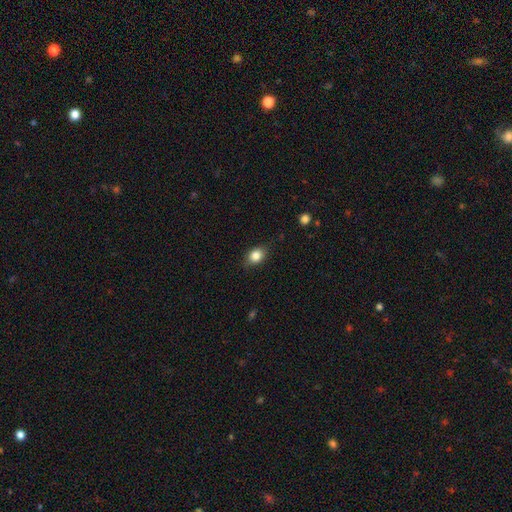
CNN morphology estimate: Smooth or featured?
  - smooth: 83% *
  - star or artifact: 9%
  - featured or disk: 8%
How rounded?
  - in between: 67% *
  - round: 32%
  - cigar-shaped: 2%
Merging?
  - none: 80% *
  - minor disturbance: 15%
  - major disturbance: 3%
  - merger: 1%